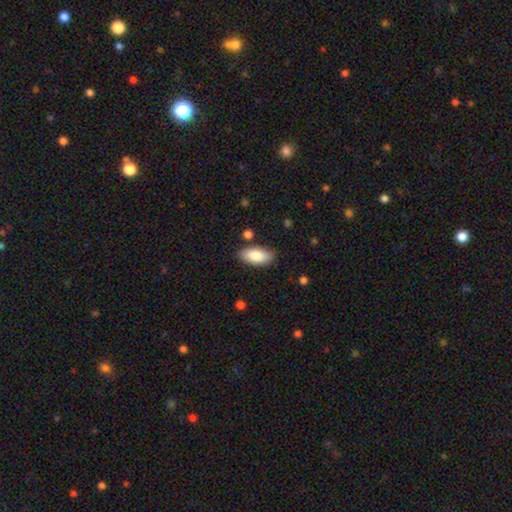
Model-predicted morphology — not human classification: smooth_or_featured: smooth (p=0.82) [alt: featured or disk p=0.12]
how_rounded: in between (p=0.91) [alt: cigar-shaped p=0.07]
merging: none (p=0.82) [alt: minor disturbance p=0.12]